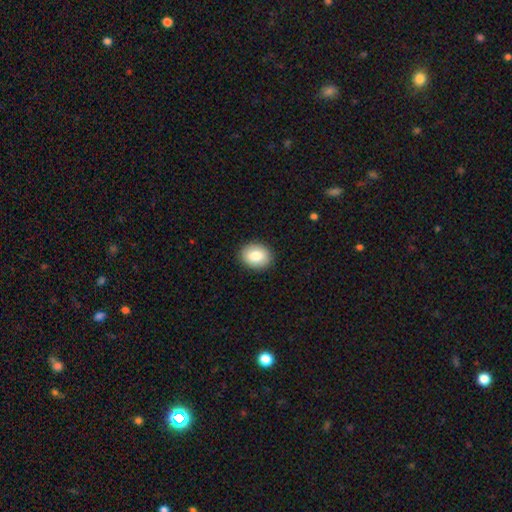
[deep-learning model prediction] smooth-or-featured: smooth: 84% | featured or disk: 9% | star or artifact: 7%
  how-rounded: in between: 55% | round: 44% | cigar-shaped: 1%
  merging: none: 90% | minor disturbance: 7% | major disturbance: 2% | merger: 1%